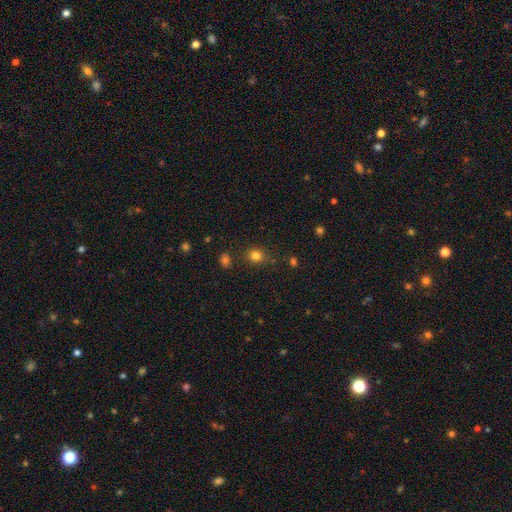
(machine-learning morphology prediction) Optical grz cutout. It shows a smooth galaxy with no disk features (80%) that is round (81%). Merging: none (79%).